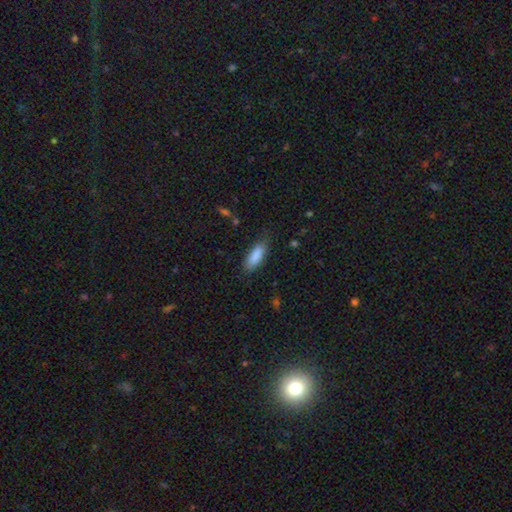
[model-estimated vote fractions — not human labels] smooth 87%, featured or disk 6%, star or artifact 6%. Down the decision tree: how rounded — in between (65%); merging — none (80%).